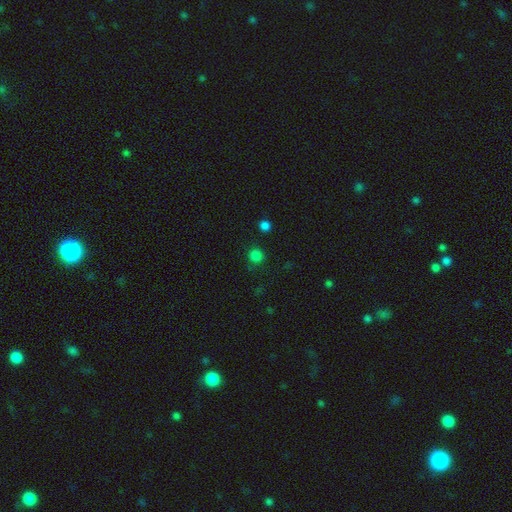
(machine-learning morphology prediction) A smooth galaxy with no disk features (81%) that is round (93%).

Vote fractions:
- Smooth or featured? smooth: 81% / star or artifact: 16% / featured or disk: 3%
- How rounded? round: 93% / in between: 6% / cigar-shaped: 1%
- Merging? none: 86% / minor disturbance: 8% / merger: 3% / major disturbance: 3%